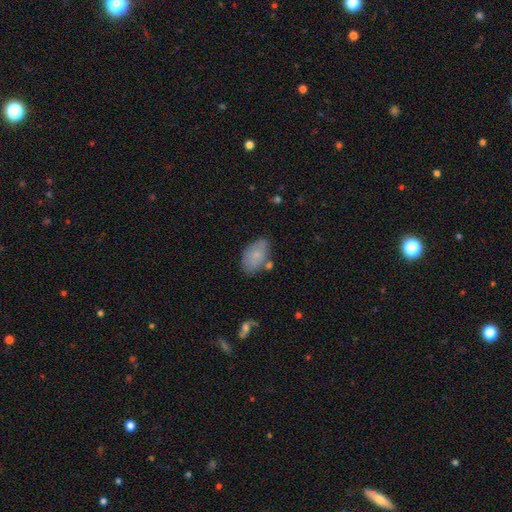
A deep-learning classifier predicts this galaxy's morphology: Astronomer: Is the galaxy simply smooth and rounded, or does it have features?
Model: smooth — 77%.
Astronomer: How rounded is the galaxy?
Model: in between — 92%.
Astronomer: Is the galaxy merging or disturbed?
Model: none — 63%.